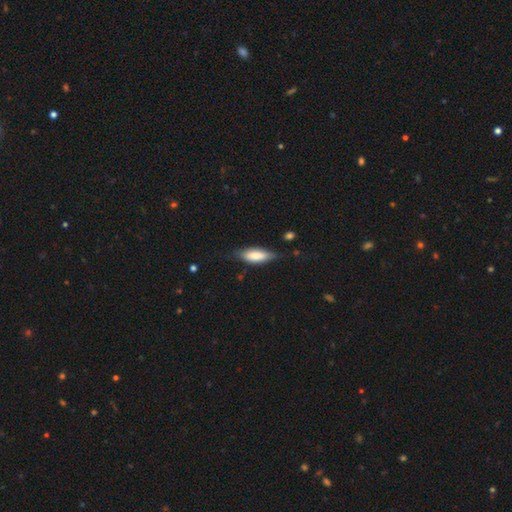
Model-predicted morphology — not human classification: Q: Smooth or featured?
A: smooth (73%); runner-up: featured or disk (21%)
Q: How rounded?
A: in between (65%); runner-up: cigar-shaped (34%)
Q: Merging?
A: none (69%); runner-up: minor disturbance (24%)